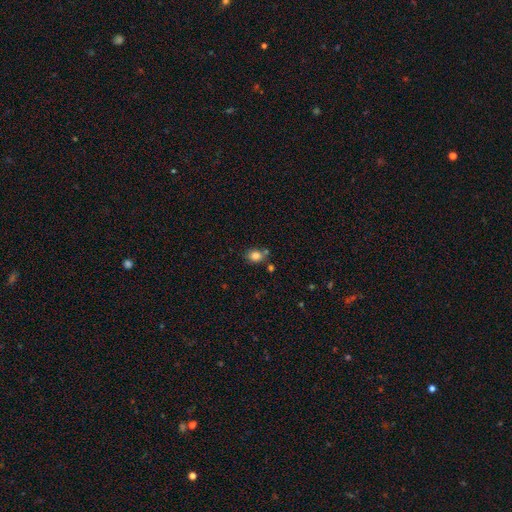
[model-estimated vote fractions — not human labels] smooth_or_featured: smooth (p=0.83) [alt: star or artifact p=0.11]
how_rounded: round (p=0.52) [alt: in between p=0.47]
merging: none (p=0.66) [alt: merger p=0.15]